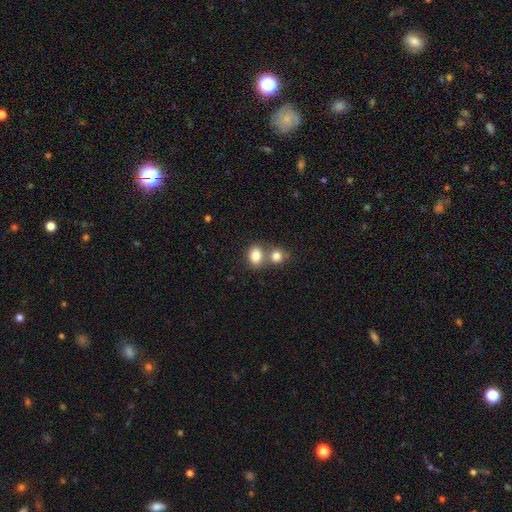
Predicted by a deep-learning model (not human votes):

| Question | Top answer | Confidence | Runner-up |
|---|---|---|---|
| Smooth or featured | smooth | 83% | star or artifact (9%) |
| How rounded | in between | 61% | round (37%) |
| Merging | merger | 45% | none (42%) |